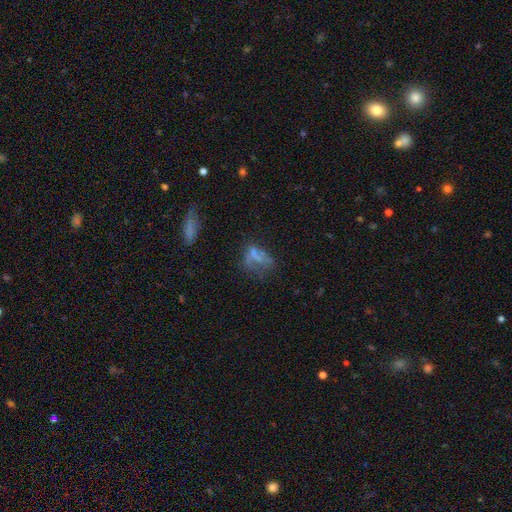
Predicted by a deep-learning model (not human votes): Smooth or featured: smooth — 43% (featured or disk — 36%)
Merging: none — 34% (major disturbance — 30%)